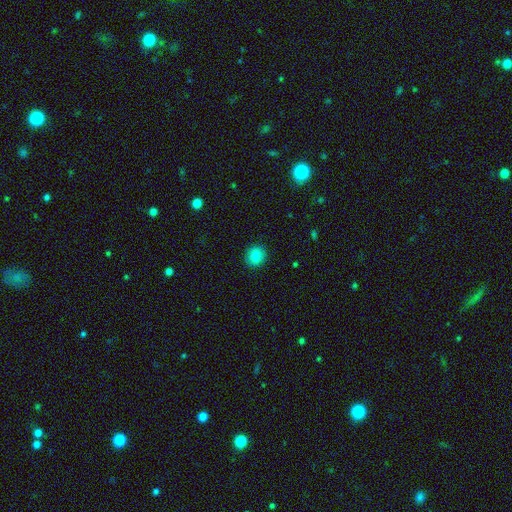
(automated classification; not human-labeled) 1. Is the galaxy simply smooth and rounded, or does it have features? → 84% smooth, 10% star or artifact, 7% featured or disk.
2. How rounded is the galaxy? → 77% round, 22% in between, 1% cigar-shaped.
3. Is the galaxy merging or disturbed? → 91% none, 6% minor disturbance, 2% major disturbance, 1% merger.